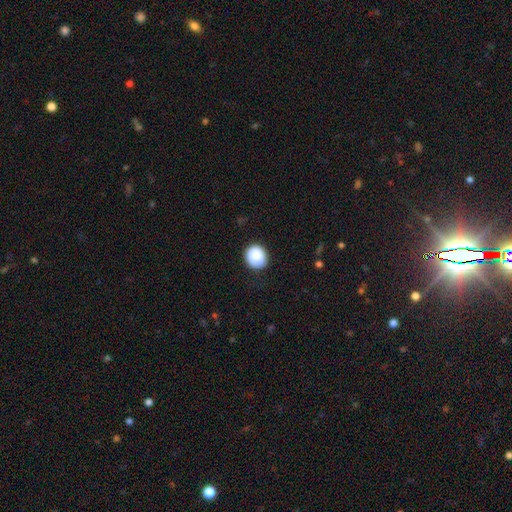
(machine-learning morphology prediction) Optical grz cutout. It shows a smooth galaxy with no disk features (89%) that is round (79%). Merging: none (81%).